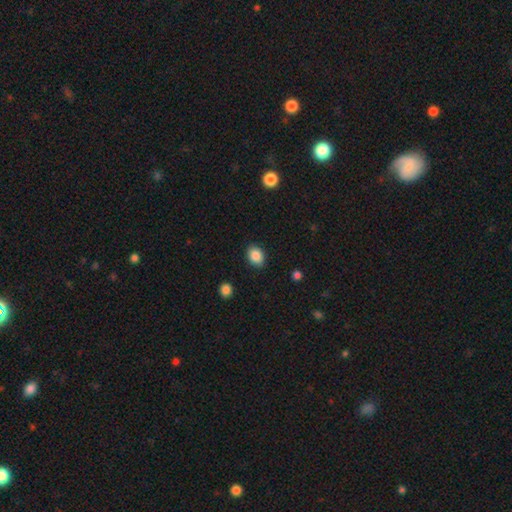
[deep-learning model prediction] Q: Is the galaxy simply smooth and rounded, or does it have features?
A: smooth — 87%.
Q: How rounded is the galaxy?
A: in between — 67%.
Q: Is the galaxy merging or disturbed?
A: none — 88%.